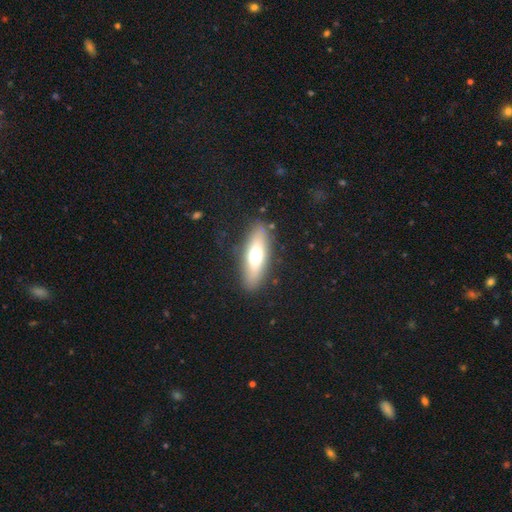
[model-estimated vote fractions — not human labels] smooth-or-featured: smooth: 60% | featured or disk: 34% | star or artifact: 7%
  how-rounded: in between: 51% | cigar-shaped: 46% | round: 3%
  merging: none: 85% | minor disturbance: 10% | major disturbance: 3% | merger: 2%